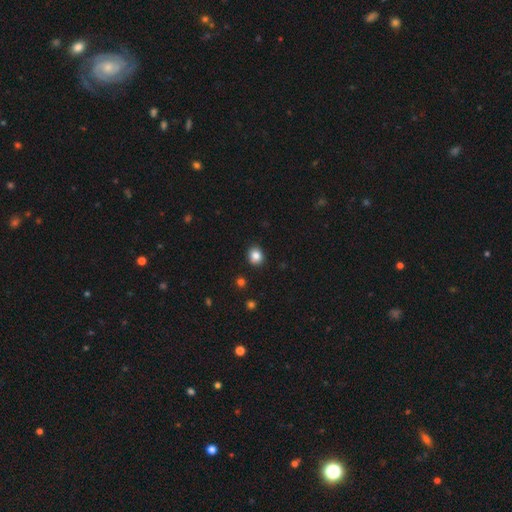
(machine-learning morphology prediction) Q: Smooth or featured?
A: smooth (84%); runner-up: star or artifact (11%)
Q: How rounded?
A: round (71%); runner-up: in between (28%)
Q: Merging?
A: none (89%); runner-up: minor disturbance (8%)